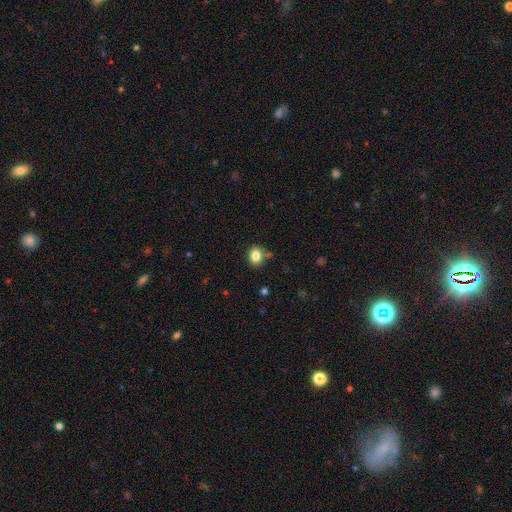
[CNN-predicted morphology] The model was most divided on "how rounded": in between: 58%, round: 41%, cigar-shaped: 1%. More confident: smooth or featured — smooth (83%); merging — none (77%).